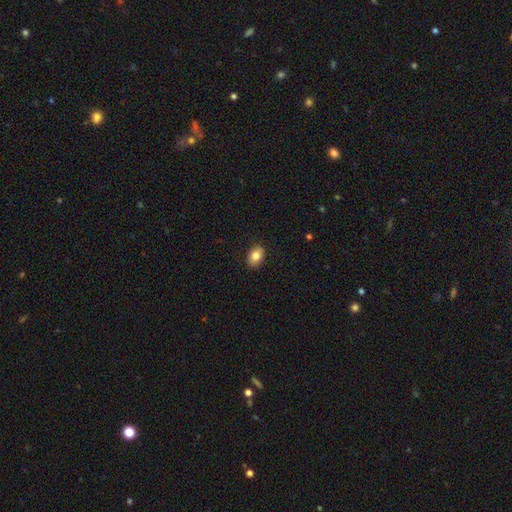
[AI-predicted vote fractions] Overall: smooth (84%). How rounded: in between (78%). Merging: none (89%).